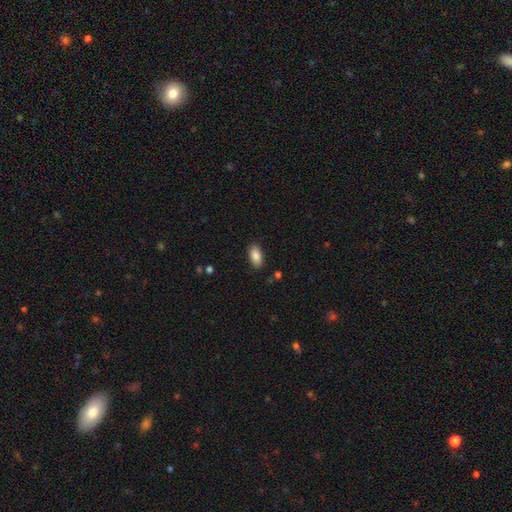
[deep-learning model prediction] Smooth or featured: smooth — 87% (star or artifact — 7%)
How rounded: in between — 93% (cigar-shaped — 4%)
Merging: none — 87% (minor disturbance — 9%)